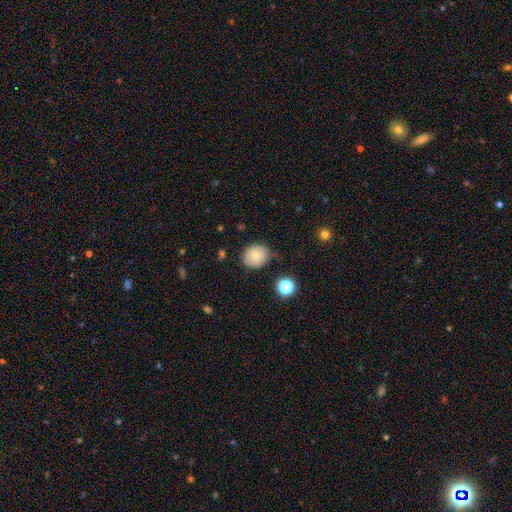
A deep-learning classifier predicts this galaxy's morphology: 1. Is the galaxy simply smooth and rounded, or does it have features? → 76% smooth, 13% featured or disk, 11% star or artifact.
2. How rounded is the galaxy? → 82% round, 17% in between, 1% cigar-shaped.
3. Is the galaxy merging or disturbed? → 66% none, 25% minor disturbance, 6% major disturbance, 3% merger.